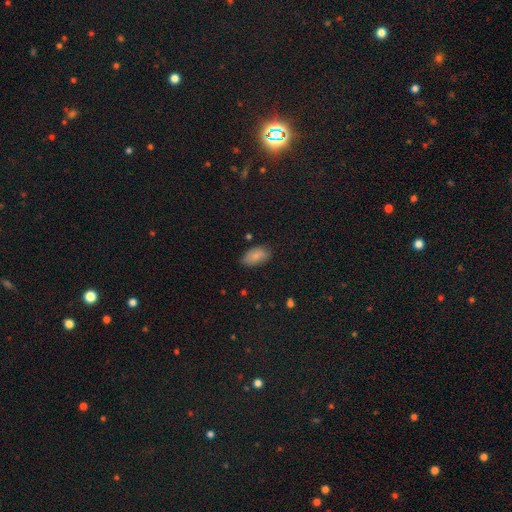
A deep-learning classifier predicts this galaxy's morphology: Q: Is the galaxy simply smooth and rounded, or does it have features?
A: smooth — 83%.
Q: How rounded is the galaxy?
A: in between — 94%.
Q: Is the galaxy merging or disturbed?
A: none — 77%.